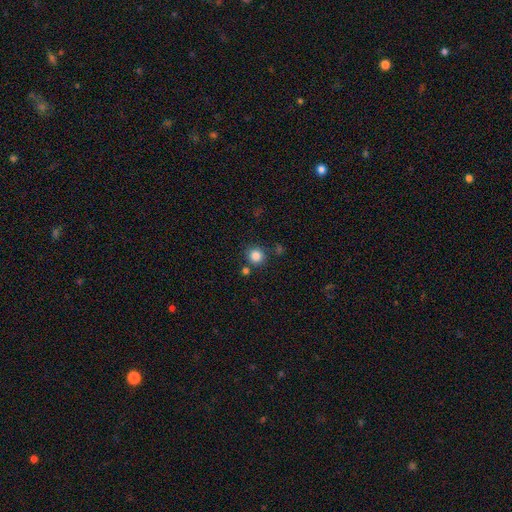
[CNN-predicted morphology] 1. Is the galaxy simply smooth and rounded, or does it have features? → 84% smooth, 11% star or artifact, 4% featured or disk.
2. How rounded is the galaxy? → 92% round, 7% in between, 1% cigar-shaped.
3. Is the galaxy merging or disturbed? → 80% none, 9% minor disturbance, 8% merger, 3% major disturbance.